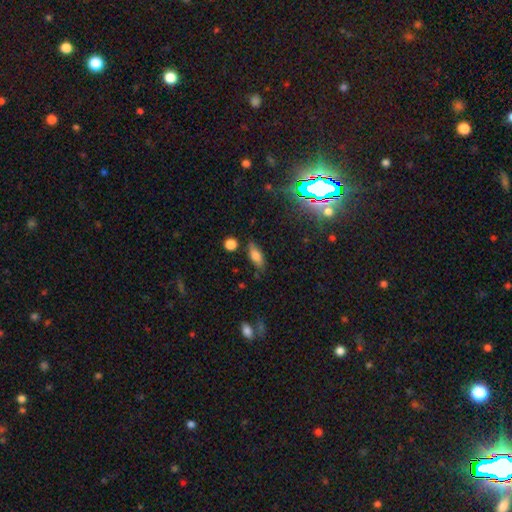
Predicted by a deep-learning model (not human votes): Overall: smooth (71%). How rounded: in between (72%). Merging: none (77%).